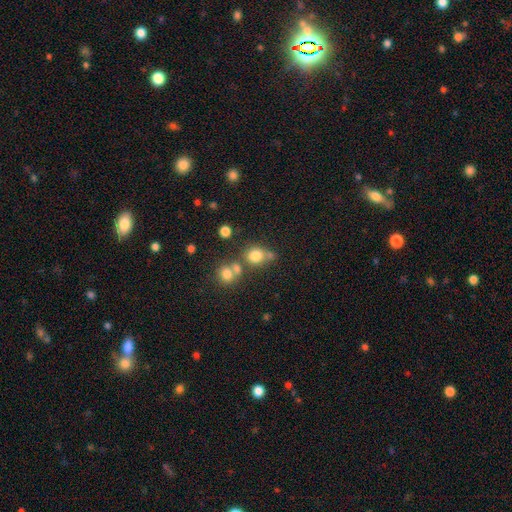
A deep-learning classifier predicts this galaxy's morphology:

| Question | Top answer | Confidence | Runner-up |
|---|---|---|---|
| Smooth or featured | smooth | 76% | star or artifact (14%) |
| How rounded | round | 75% | in between (24%) |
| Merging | none | 53% | merger (28%) |